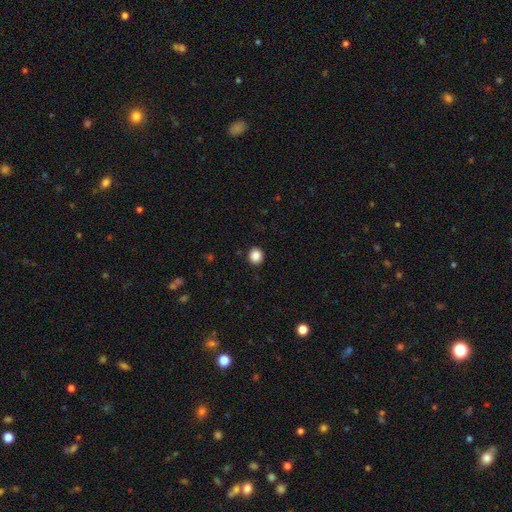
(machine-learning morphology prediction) Q: Smooth or featured?
A: smooth (87%); runner-up: star or artifact (10%)
Q: How rounded?
A: round (85%); runner-up: in between (14%)
Q: Merging?
A: none (91%); runner-up: minor disturbance (6%)